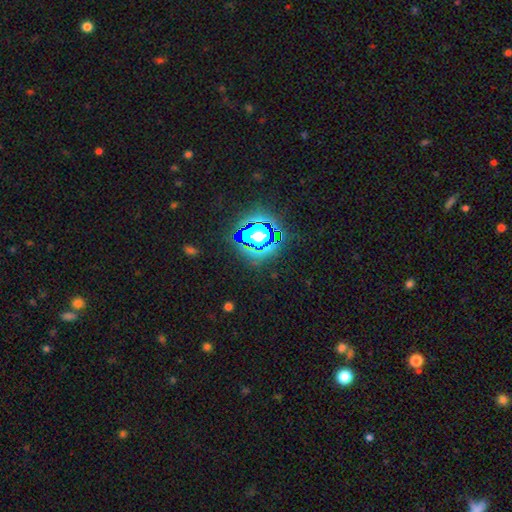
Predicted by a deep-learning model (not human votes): This is likely a star or artifact rather than a galaxy (79%).